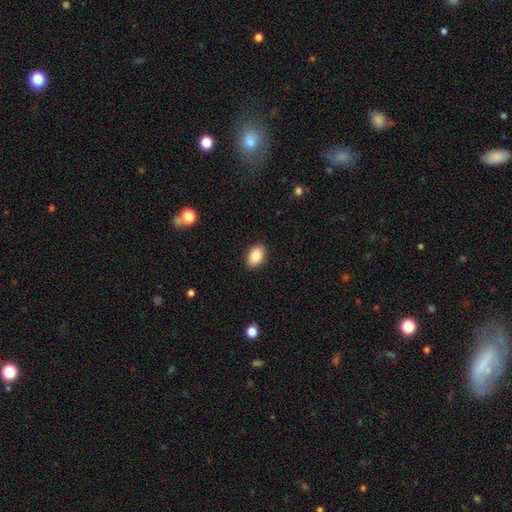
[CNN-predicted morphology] The model was most divided on "how rounded": in between: 86%, round: 13%, cigar-shaped: 1%. More confident: merging — none (90%); smooth or featured — smooth (86%).